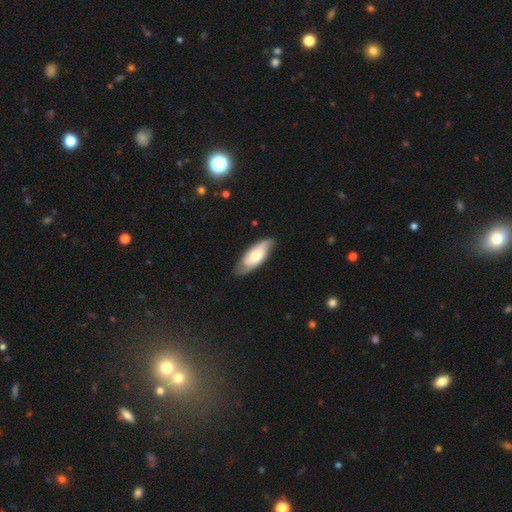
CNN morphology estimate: This is possibly a featured or disk galaxy (49%). Merging: likely none (78%).